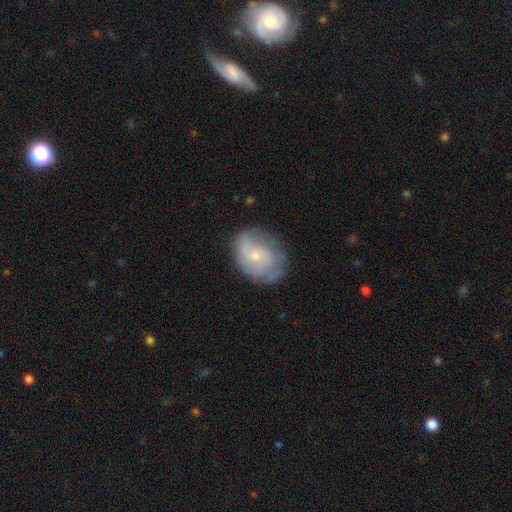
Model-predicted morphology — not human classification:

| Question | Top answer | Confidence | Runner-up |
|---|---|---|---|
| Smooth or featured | featured or disk | 62% | smooth (30%) |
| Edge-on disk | no | 97% | yes (3%) |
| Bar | no | 71% | weak (26%) |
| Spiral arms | yes | 81% | no (19%) |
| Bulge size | small | 72% | moderate (22%) |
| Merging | none | 62% | minor disturbance (24%) |